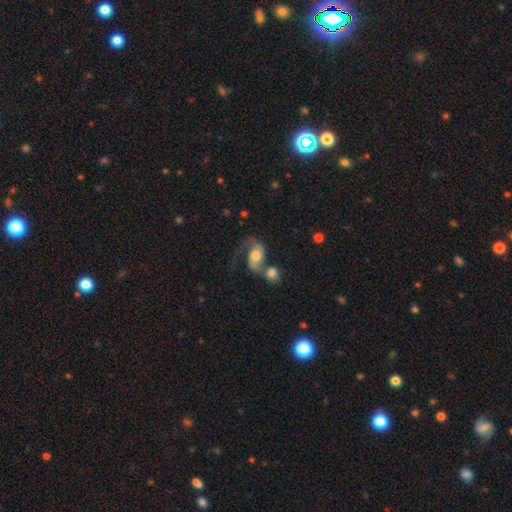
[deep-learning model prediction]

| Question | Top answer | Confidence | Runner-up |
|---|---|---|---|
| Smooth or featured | featured or disk | 60% | smooth (32%) |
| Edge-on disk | no | 97% | yes (3%) |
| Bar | no | 67% | weak (27%) |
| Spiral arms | yes | 86% | no (14%) |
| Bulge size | moderate | 53% | large (29%) |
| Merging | merger | 55% | major disturbance (18%) |